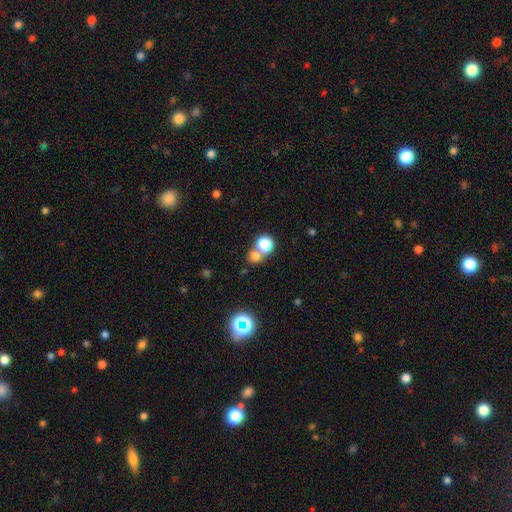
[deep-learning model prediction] smooth_or_featured: smooth (p=0.70) [alt: star or artifact p=0.22]
how_rounded: round (p=0.83) [alt: in between p=0.16]
merging: none (p=0.52) [alt: merger p=0.38]